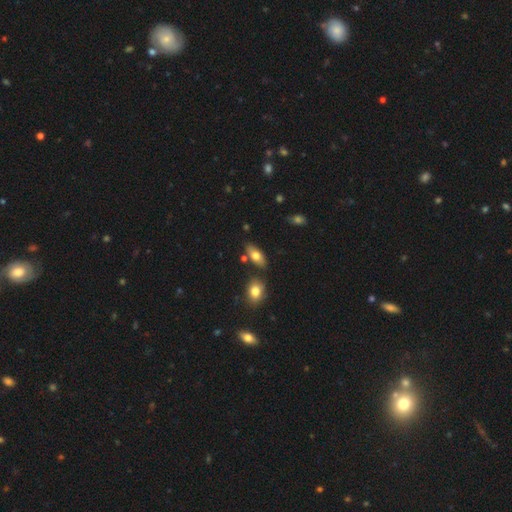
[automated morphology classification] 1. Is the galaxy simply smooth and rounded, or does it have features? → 72% smooth, 20% featured or disk, 8% star or artifact.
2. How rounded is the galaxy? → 83% in between, 14% cigar-shaped, 4% round.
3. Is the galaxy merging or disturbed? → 77% none, 12% minor disturbance, 8% merger, 3% major disturbance.